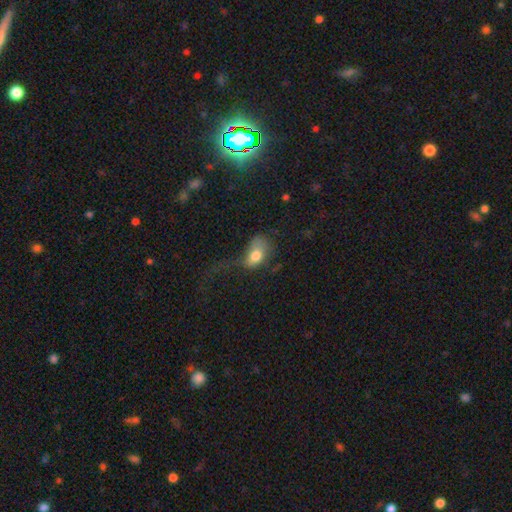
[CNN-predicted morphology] The model was most divided on "merging": major disturbance: 52%, minor disturbance: 22%, none: 22%, merger: 4%. More confident: how rounded — in between (84%); smooth or featured — smooth (74%).